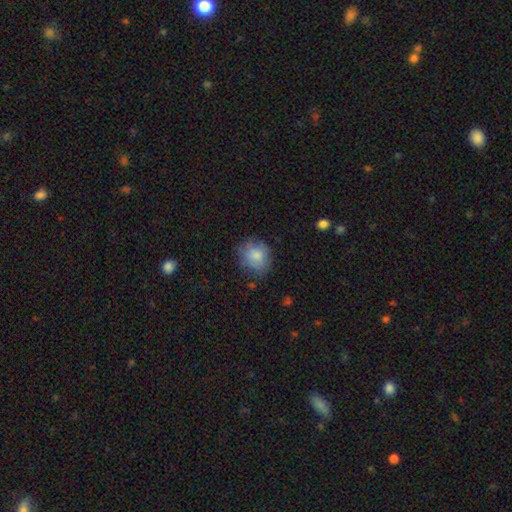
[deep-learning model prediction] This is likely a smooth galaxy (78%). How rounded: likely round (75%). Merging: likely none (68%).